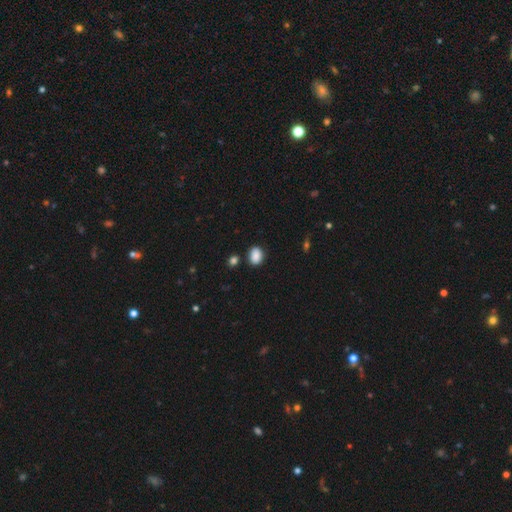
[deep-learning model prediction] smooth_or_featured: smooth (p=0.87) [alt: star or artifact p=0.09]
how_rounded: in between (p=0.64) [alt: round p=0.35]
merging: none (p=0.81) [alt: minor disturbance p=0.12]